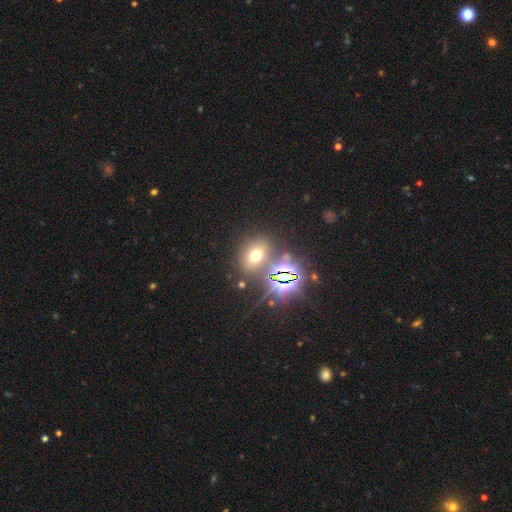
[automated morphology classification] type=star or artifact (66%).